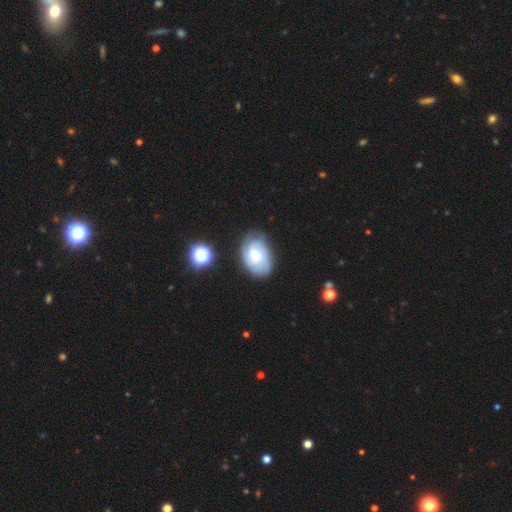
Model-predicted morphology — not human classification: featured or disk 56%, smooth 36%, star or artifact 8%. Down the decision tree: edge-on disk — no (96%); bar — no (64%); spiral arms — yes (88%); bulge size — small (46%); merging — none (70%).